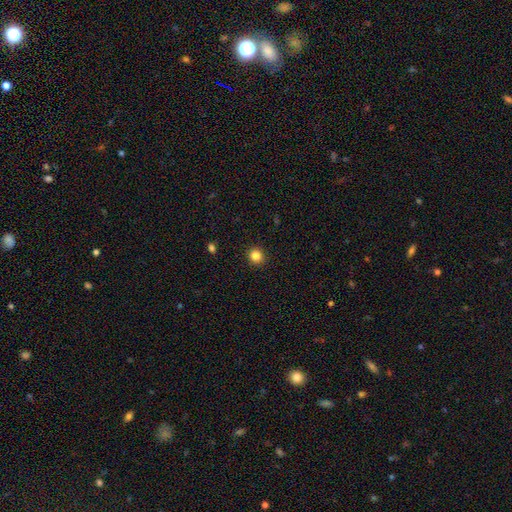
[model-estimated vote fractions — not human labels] smooth 84%, star or artifact 11%, featured or disk 4%. Down the decision tree: how rounded — round (91%); merging — none (92%).